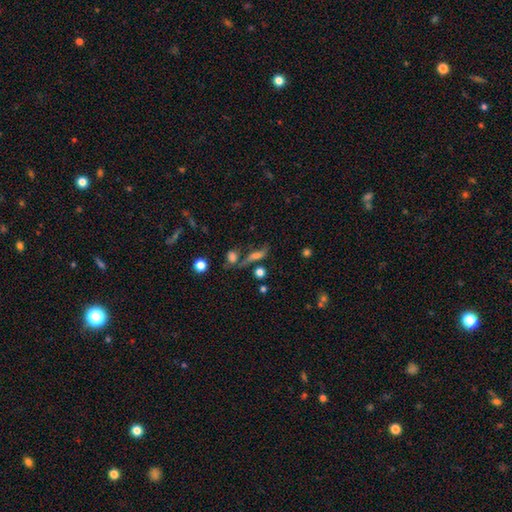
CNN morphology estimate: A smooth galaxy with no disk features (46%).

Vote fractions:
- Smooth or featured? smooth: 46% / featured or disk: 33% / star or artifact: 21%
- Merging? none: 52% / merger: 20% / minor disturbance: 15% / major disturbance: 12%